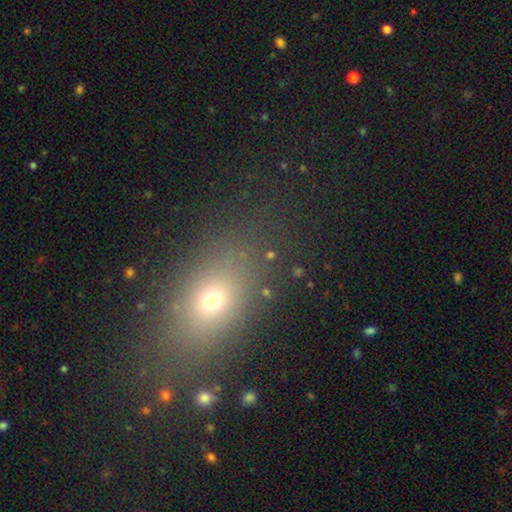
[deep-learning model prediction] Overall: smooth (62%; star or artifact 25%). How rounded: in between (67%; round 28%). Merging: none (84%).